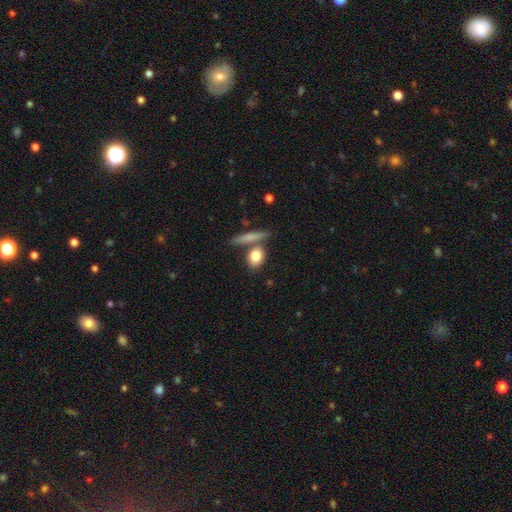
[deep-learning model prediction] Smooth or featured? Predicted: smooth (p=0.80). How rounded? Predicted: in between (p=0.51). Merging? Predicted: none (p=0.62).